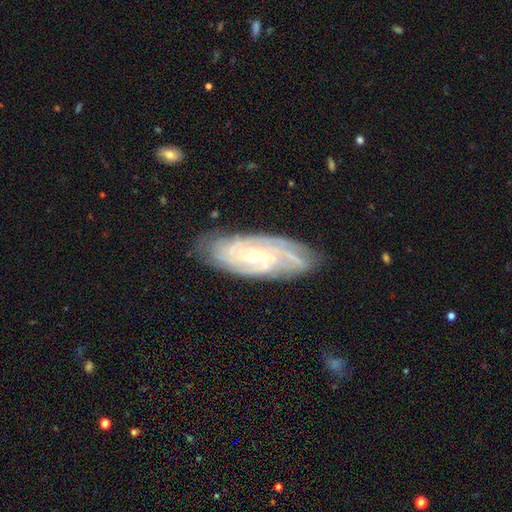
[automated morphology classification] A featured or disk galaxy (85%) with no bar (46%), tight (72%) spiral arms (97%) and a small central bulge (63%).

Vote fractions:
- Smooth or featured? featured or disk: 85% / smooth: 9% / star or artifact: 6%
- Edge-on disk? no: 91% / yes: 9%
- Bar? no: 46% / weak: 40% / strong: 14%
- Spiral arms? yes: 97% / no: 3%
- Spiral winding? tight: 72% / medium: 23% / loose: 4%
- Spiral arm count? can't tell: 29% / 4: 25% / 3: 19% / 2: 12% / more than 4: 8% / 1: 5%
- Bulge size? small: 63% / moderate: 33% / large: 1% / none: 1% / dominant: 1%
- Merging? none: 80% / minor disturbance: 15% / major disturbance: 4% / merger: 1%